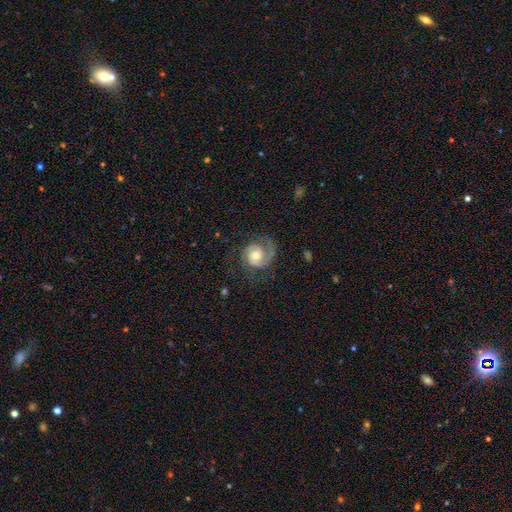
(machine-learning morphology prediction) Smooth or featured? featured or disk (83%)
Edge-on disk? no (98%)
Bar? no (69%)
Spiral arms? yes (96%)
Spiral winding? tight (43%)
Spiral arm count? 2 (64%)
Bulge size? moderate (63%)
Merging? none (68%)